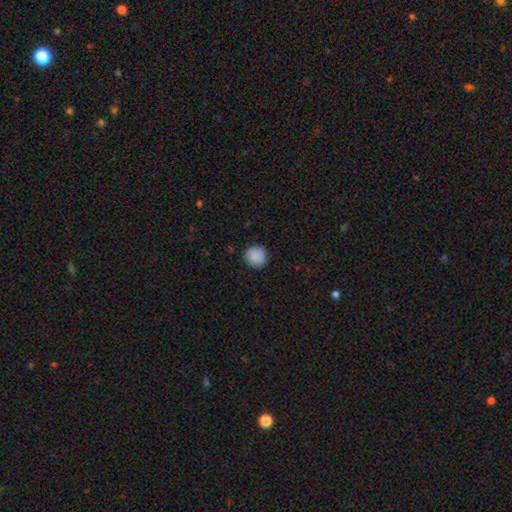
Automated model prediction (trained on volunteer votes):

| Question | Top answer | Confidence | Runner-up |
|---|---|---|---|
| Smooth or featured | smooth | 89% | star or artifact (8%) |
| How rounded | round | 94% | in between (5%) |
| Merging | none | 91% | minor disturbance (6%) |